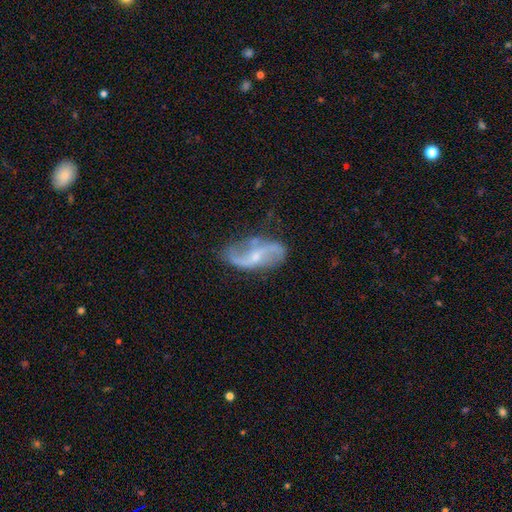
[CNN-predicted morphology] This is clearly a featured or disk galaxy (85%). It is clearly not viewed edge-on (96%). Bar: marginally weak (43%). Spiral arm pattern: clearly yes (93%). Spiral arm count: clearly 2 (91%). Spiral winding: likely loose (77%). Central bulge: likely small (62%). Merging: likely none (66%).